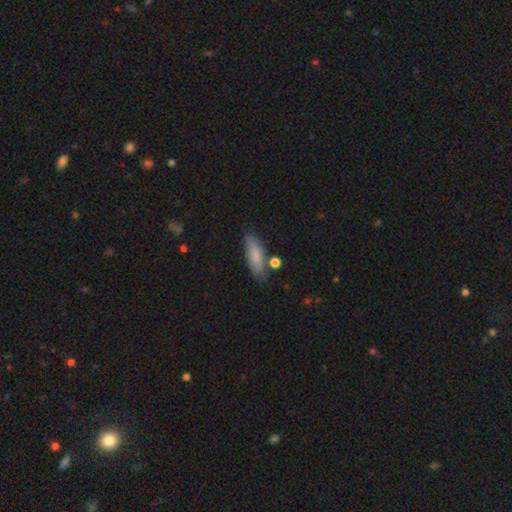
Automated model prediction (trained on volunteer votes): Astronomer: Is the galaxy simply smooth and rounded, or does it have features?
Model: smooth — 80%.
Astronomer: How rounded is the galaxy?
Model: in between — 57% (runner-up: cigar-shaped, 41%).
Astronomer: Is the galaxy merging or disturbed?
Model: none — 75%.